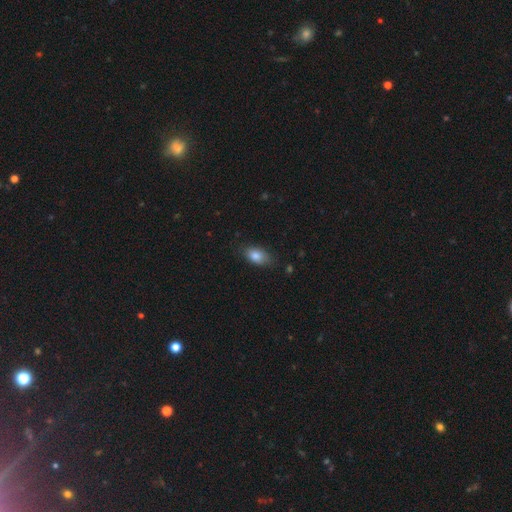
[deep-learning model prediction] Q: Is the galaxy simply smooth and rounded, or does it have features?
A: smooth — 84%.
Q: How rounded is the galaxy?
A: in between — 89%.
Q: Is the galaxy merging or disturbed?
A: none — 78%.